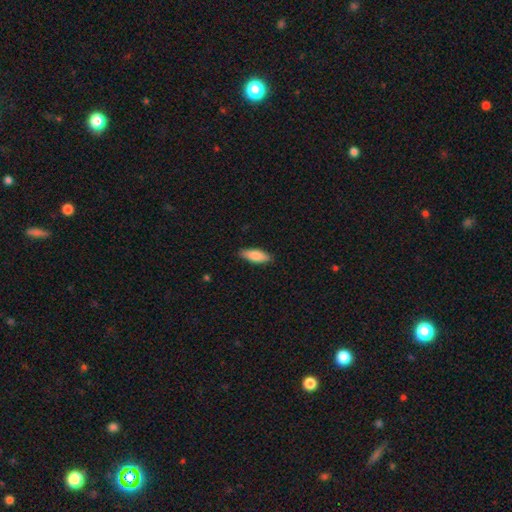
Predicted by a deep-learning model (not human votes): Overall: smooth (82%). How rounded: in between (65%; cigar-shaped 33%). Merging: none (87%).